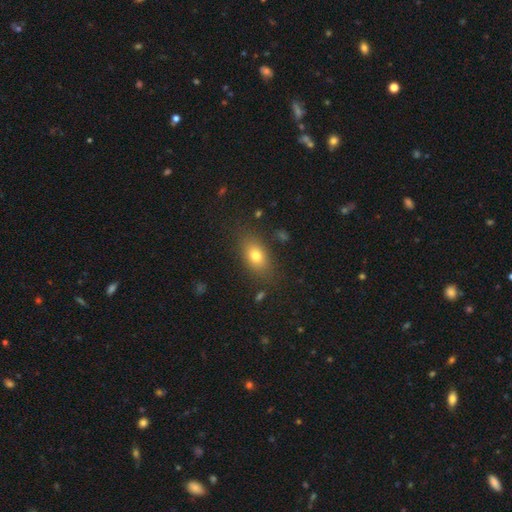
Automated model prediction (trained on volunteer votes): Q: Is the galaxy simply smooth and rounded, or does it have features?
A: smooth — 75%.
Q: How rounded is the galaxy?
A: in between — 80%.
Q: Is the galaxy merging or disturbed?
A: none — 81%.